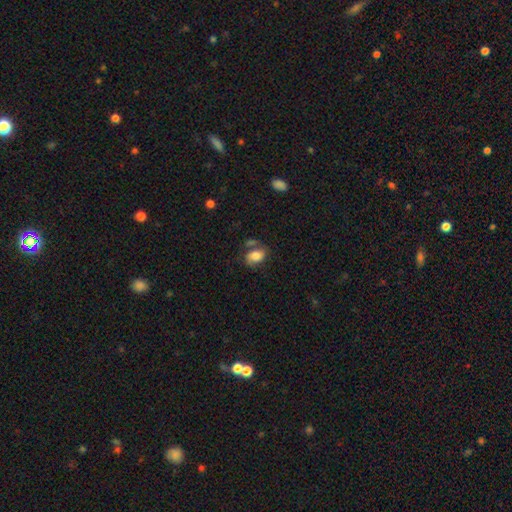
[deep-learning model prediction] smooth 75%, featured or disk 17%, star or artifact 8%. Down the decision tree: how rounded — in between (83%); merging — none (50%).